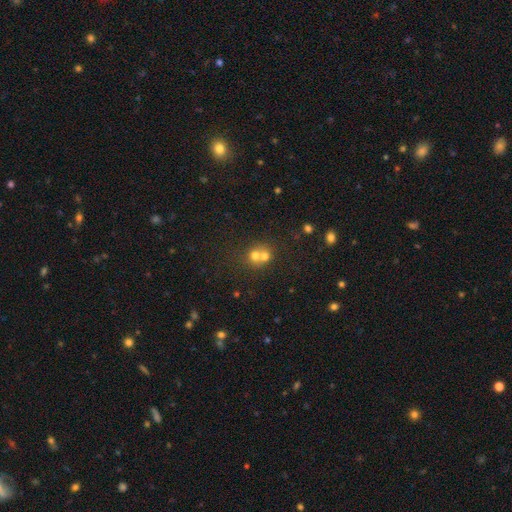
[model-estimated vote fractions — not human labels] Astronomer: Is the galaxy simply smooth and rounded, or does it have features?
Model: smooth — 65%.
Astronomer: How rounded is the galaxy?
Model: round — 82%.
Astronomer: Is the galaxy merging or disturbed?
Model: merger — 60%.